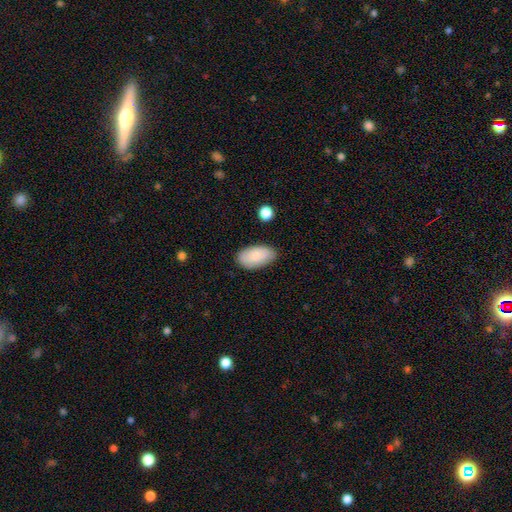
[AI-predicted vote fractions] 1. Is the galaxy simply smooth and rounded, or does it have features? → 86% smooth, 8% featured or disk, 6% star or artifact.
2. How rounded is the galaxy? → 95% in between, 3% round, 2% cigar-shaped.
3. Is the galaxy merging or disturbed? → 82% none, 14% minor disturbance, 3% major disturbance, 2% merger.